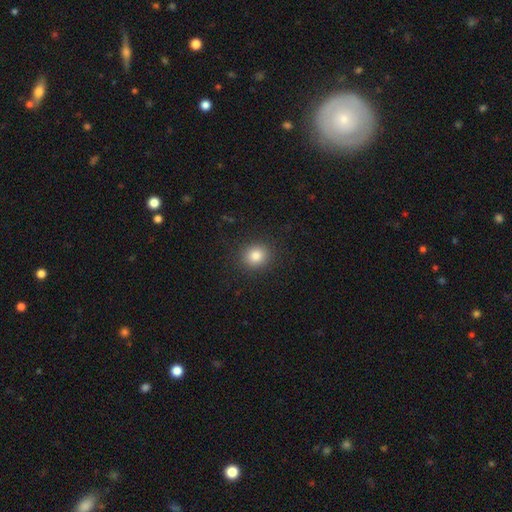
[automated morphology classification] smooth_or_featured: smooth (p=0.84) [alt: star or artifact p=0.11]
how_rounded: round (p=0.79) [alt: in between p=0.20]
merging: none (p=0.90) [alt: minor disturbance p=0.06]